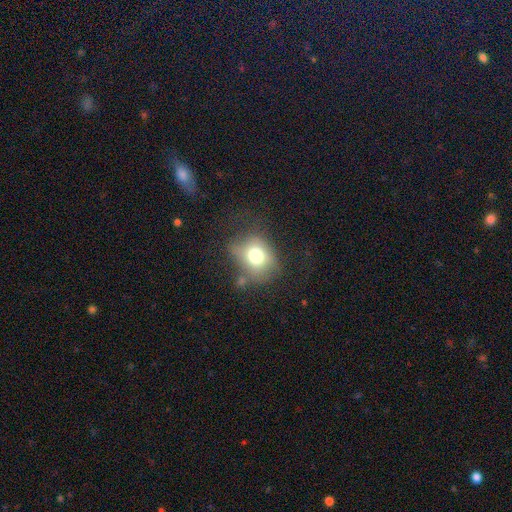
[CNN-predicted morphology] type=smooth (71%); roundness=round (53%); merging=none (48%).